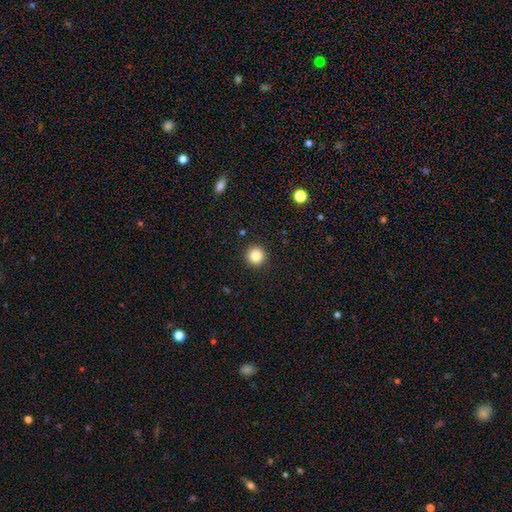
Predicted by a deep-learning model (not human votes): A smooth galaxy with no disk features (83%) that is round (96%).

Vote fractions:
- Smooth or featured? smooth: 83% / star or artifact: 11% / featured or disk: 6%
- How rounded? round: 96% / in between: 3% / cigar-shaped: 1%
- Merging? none: 93% / minor disturbance: 4% / major disturbance: 2% / merger: 1%